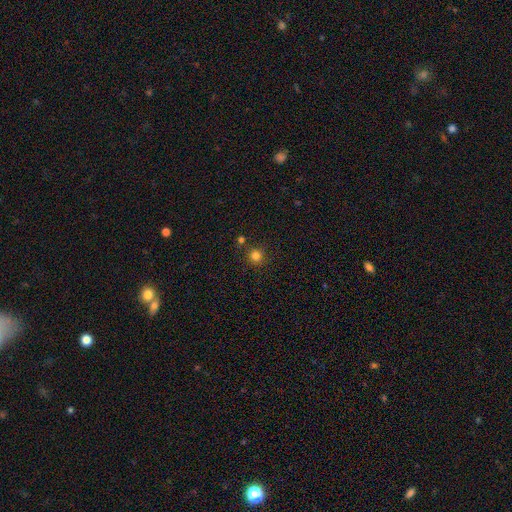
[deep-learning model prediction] smooth 80%, star or artifact 16%, featured or disk 5%. Down the decision tree: how rounded — round (94%); merging — none (81%).